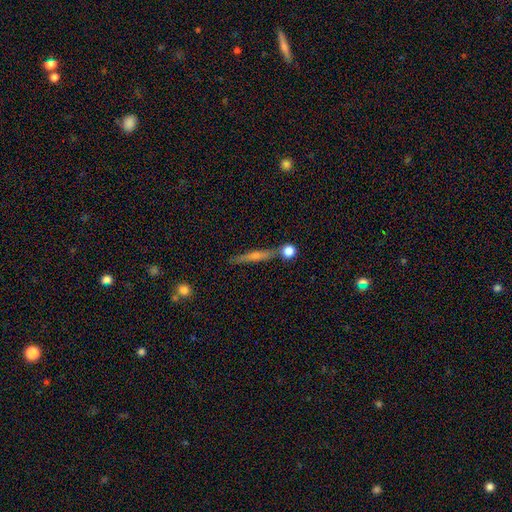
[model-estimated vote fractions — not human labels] The model was most divided on "smooth or featured": featured or disk: 63%, smooth: 23%, star or artifact: 14%. More confident: edge-on disk — yes (92%); edge-on bulge — rounded (78%); merging — none (76%).